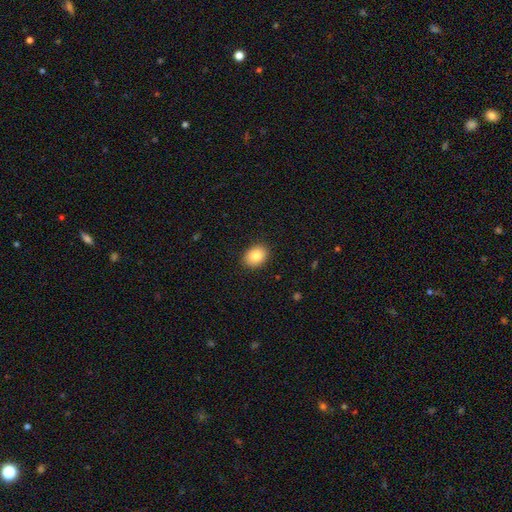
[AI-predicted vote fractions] Smooth or featured?
  - smooth: 84% *
  - star or artifact: 8%
  - featured or disk: 7%
How rounded?
  - in between: 67% *
  - round: 32%
  - cigar-shaped: 1%
Merging?
  - none: 90% *
  - minor disturbance: 8%
  - major disturbance: 2%
  - merger: 1%